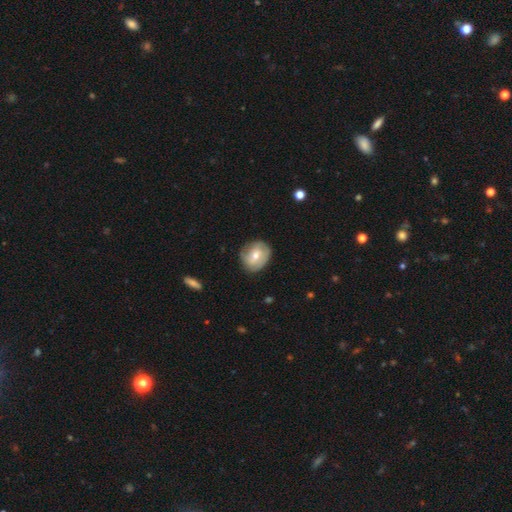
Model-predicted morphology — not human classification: Smooth or featured? Predicted: smooth (p=0.50). How rounded? Predicted: round (p=0.66). Merging? Predicted: none (p=0.74).